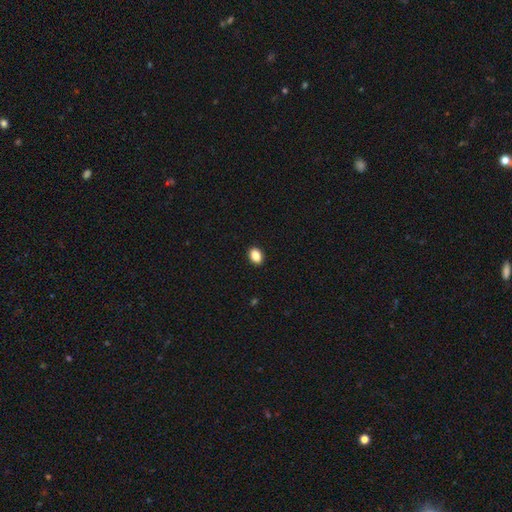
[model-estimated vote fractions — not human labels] Smooth or featured?
  - smooth: 87% *
  - star or artifact: 9%
  - featured or disk: 4%
How rounded?
  - in between: 79% *
  - round: 19%
  - cigar-shaped: 1%
Merging?
  - none: 91% *
  - minor disturbance: 6%
  - major disturbance: 2%
  - merger: 1%